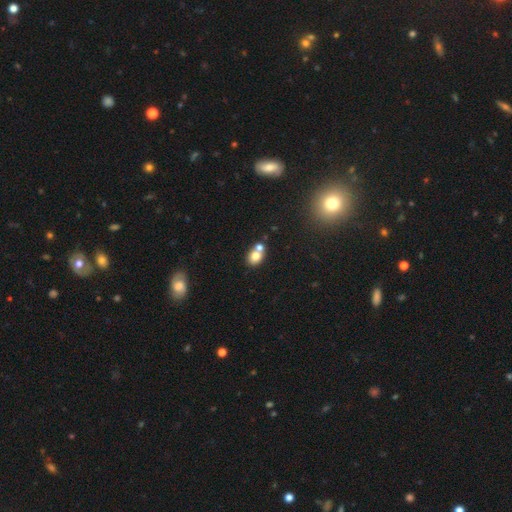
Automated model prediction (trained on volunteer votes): smooth_or_featured: smooth (p=0.74) [alt: featured or disk p=0.15]
how_rounded: round (p=0.58) [alt: in between p=0.41]
merging: merger (p=0.47) [alt: none p=0.41]